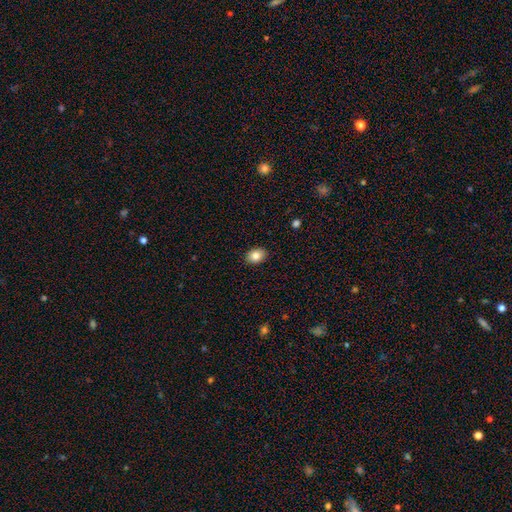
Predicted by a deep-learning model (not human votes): smooth 84%, star or artifact 8%, featured or disk 8%. Down the decision tree: how rounded — in between (71%); merging — none (90%).